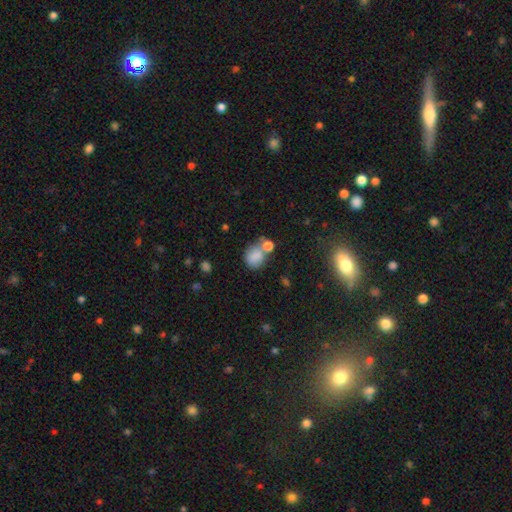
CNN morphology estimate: The model was most divided on "merging": none: 44%, merger: 32%, minor disturbance: 17%, major disturbance: 8%. More confident: smooth or featured — smooth (79%); how rounded — round (58%).